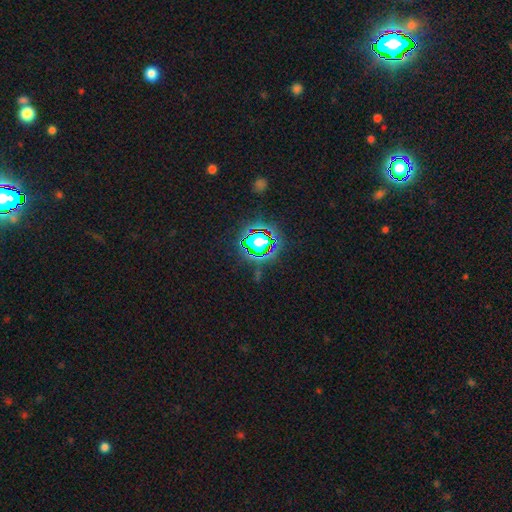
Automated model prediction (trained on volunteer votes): The model was most divided on "smooth or featured": star or artifact: 81%, smooth: 11%, featured or disk: 8%.